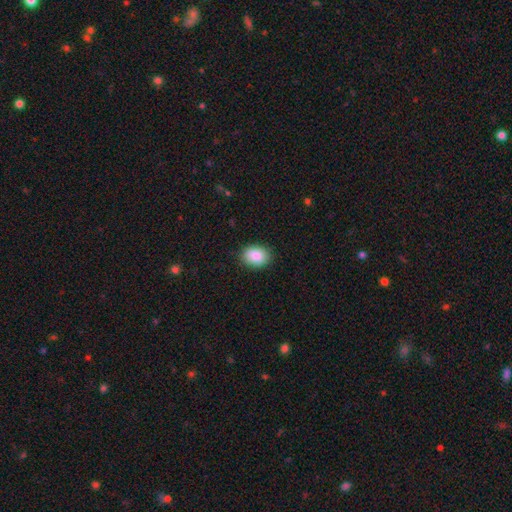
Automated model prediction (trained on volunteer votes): smooth-or-featured: smooth: 88% | star or artifact: 8% | featured or disk: 5%
  how-rounded: in between: 71% | round: 28% | cigar-shaped: 1%
  merging: none: 86% | minor disturbance: 10% | major disturbance: 2% | merger: 1%